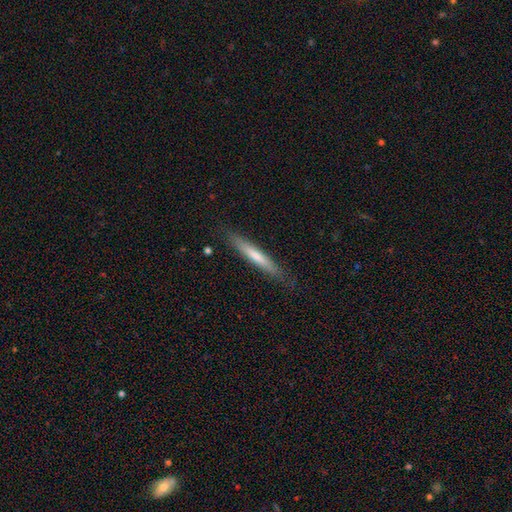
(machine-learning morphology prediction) The model was most divided on "smooth or featured": smooth: 60%, featured or disk: 35%, star or artifact: 6%. More confident: how rounded — cigar-shaped (95%); merging — none (85%).